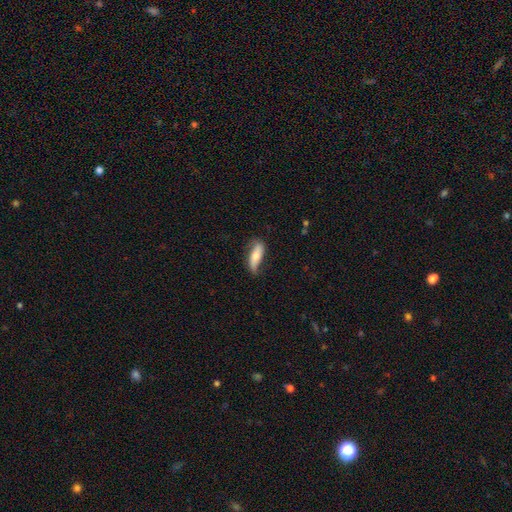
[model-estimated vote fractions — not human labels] Smooth or featured?
  - smooth: 60% *
  - featured or disk: 34%
  - star or artifact: 6%
How rounded?
  - in between: 54% *
  - cigar-shaped: 44%
  - round: 2%
Merging?
  - none: 64% *
  - minor disturbance: 27%
  - major disturbance: 7%
  - merger: 2%